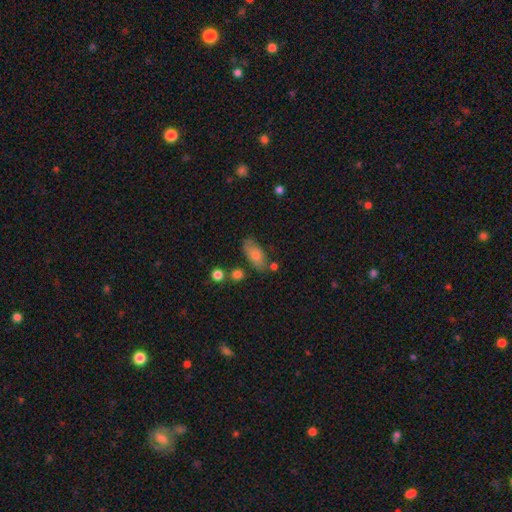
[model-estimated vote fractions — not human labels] smooth 76%, featured or disk 16%, star or artifact 8%. Down the decision tree: how rounded — in between (85%); merging — none (66%).